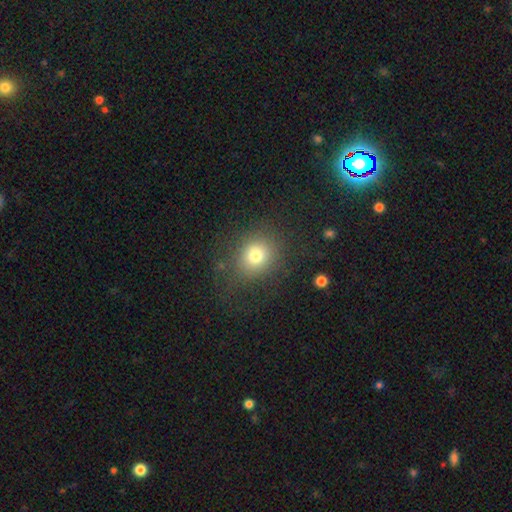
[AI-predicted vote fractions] Smooth or featured? smooth (76%)
How rounded? round (70%)
Merging? none (79%)